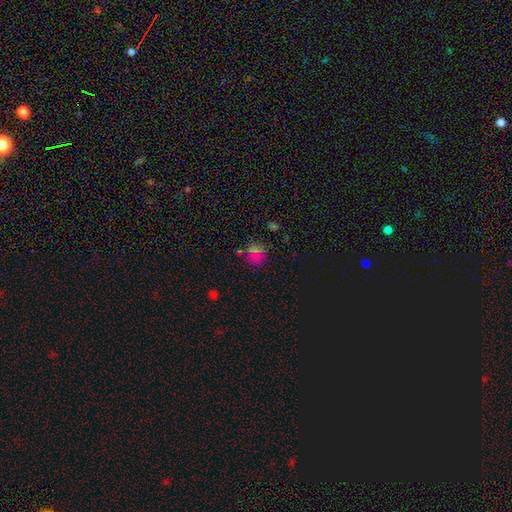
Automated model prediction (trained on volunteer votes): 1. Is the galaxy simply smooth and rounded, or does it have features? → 60% smooth, 33% star or artifact, 7% featured or disk.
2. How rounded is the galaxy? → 88% round, 10% in between, 1% cigar-shaped.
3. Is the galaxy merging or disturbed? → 83% none, 10% minor disturbance, 4% major disturbance, 3% merger.